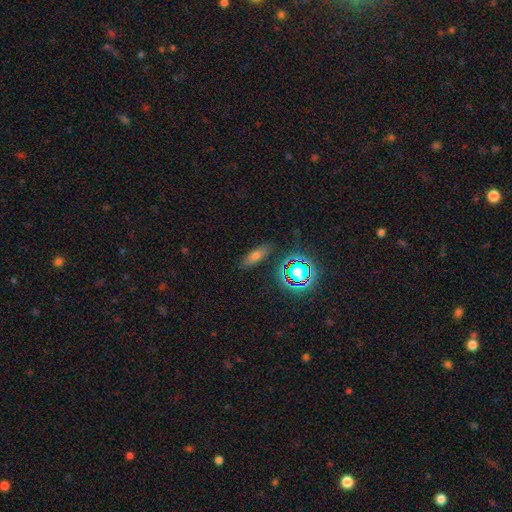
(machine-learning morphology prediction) A smooth galaxy with no disk features (58%) that is in between round and cigar-shaped (61%).

Vote fractions:
- Smooth or featured? smooth: 58% / star or artifact: 24% / featured or disk: 17%
- How rounded? in between: 61% / cigar-shaped: 31% / round: 8%
- Merging? none: 84% / minor disturbance: 11% / major disturbance: 3% / merger: 2%